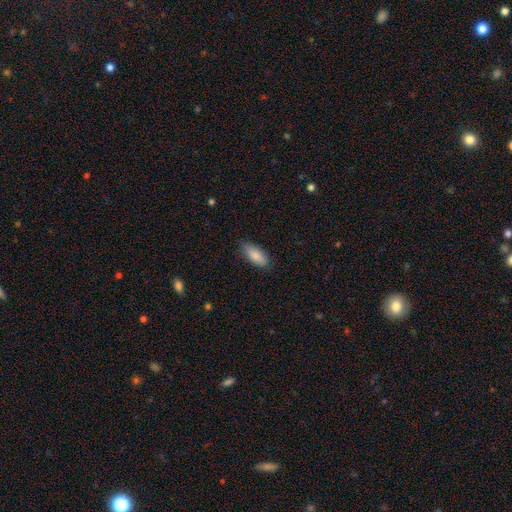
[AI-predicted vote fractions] Overall: smooth (85%). How rounded: in between (76%). Merging: none (82%).